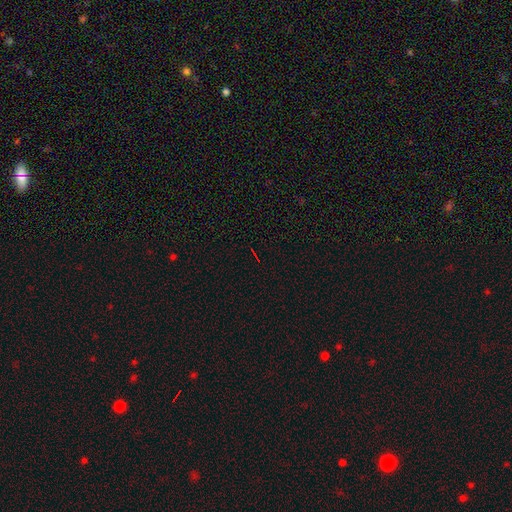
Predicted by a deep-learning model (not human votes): Smooth or featured?
  - star or artifact: 76% *
  - smooth: 15%
  - featured or disk: 9%